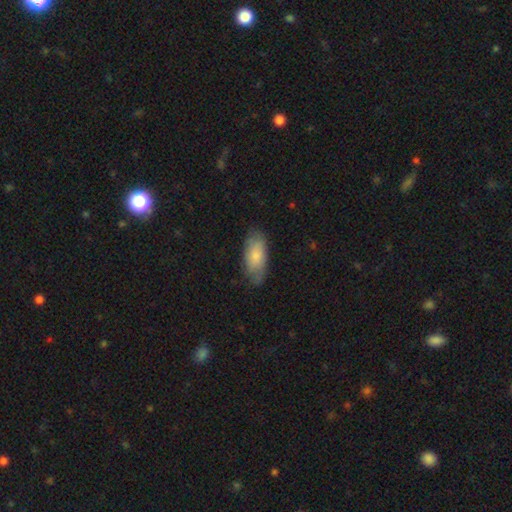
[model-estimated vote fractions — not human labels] This is likely a smooth galaxy (75%). How rounded: clearly in between (88%). Merging: likely none (68%).